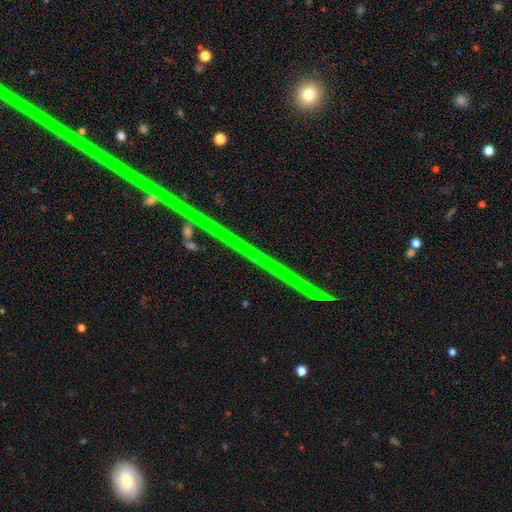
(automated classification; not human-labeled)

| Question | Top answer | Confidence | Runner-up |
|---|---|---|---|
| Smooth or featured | star or artifact | 79% | featured or disk (14%) |